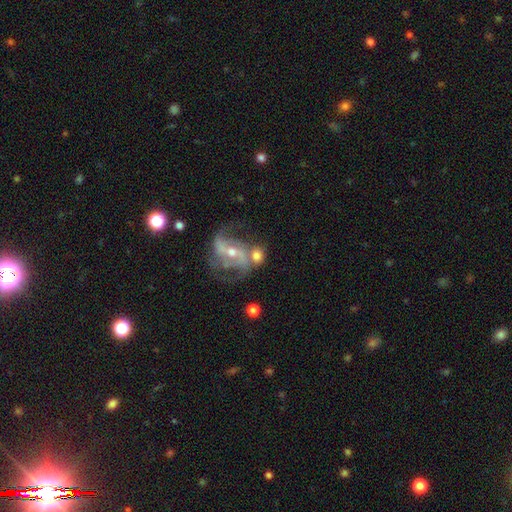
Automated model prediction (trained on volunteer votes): Smooth or featured? featured or disk (81%)
Edge-on disk? no (96%)
Bar? weak (38%)
Spiral arms? yes (92%)
Spiral winding? medium (45%)
Spiral arm count? 2 (73%)
Bulge size? moderate (52%)
Merging? none (46%)